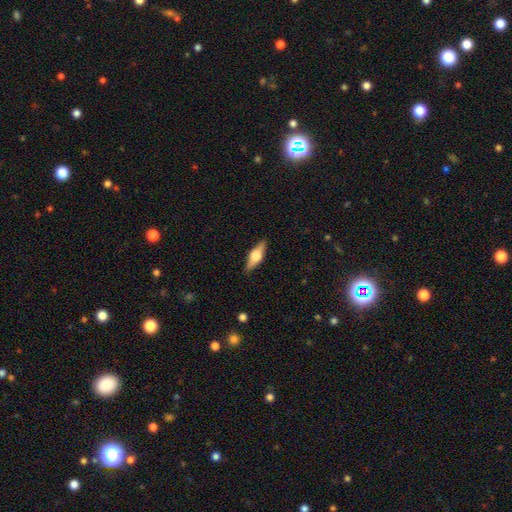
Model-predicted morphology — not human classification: Smooth or featured: featured or disk — 52% (smooth — 42%)
Edge-on disk: yes — 94% (no — 6%)
Merging: none — 88% (minor disturbance — 9%)